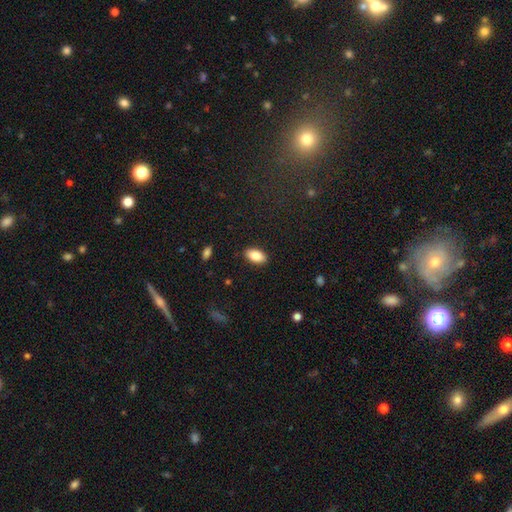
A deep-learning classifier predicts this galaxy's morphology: Smooth or featured?
  - smooth: 86% *
  - star or artifact: 7%
  - featured or disk: 7%
How rounded?
  - in between: 93% *
  - round: 4%
  - cigar-shaped: 3%
Merging?
  - none: 88% *
  - minor disturbance: 8%
  - major disturbance: 2%
  - merger: 1%